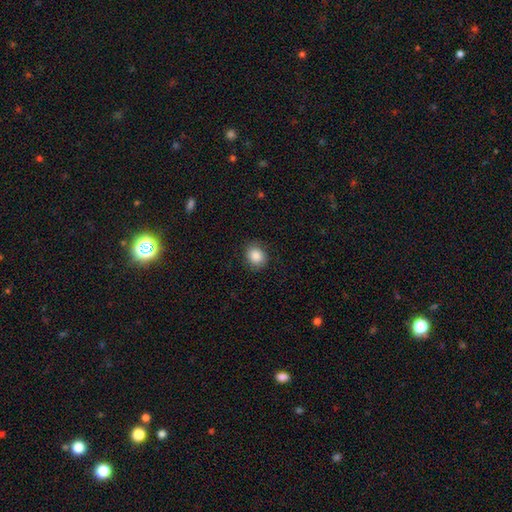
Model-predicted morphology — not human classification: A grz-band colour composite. It shows a smooth galaxy with no disk features (87%) that is round (65%). Merging: none (84%).